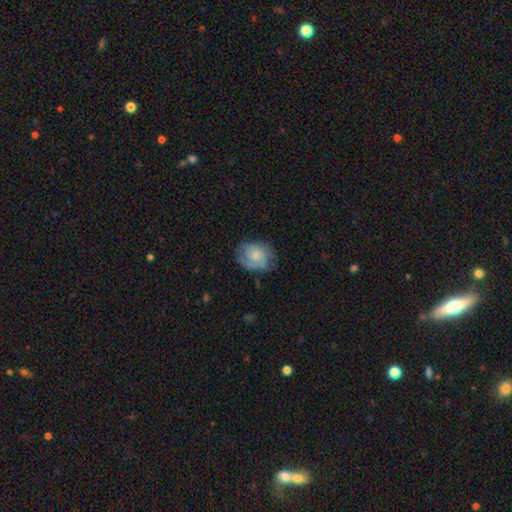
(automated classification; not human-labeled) Overall: featured or disk (51%; smooth 42%). Edge-on disk: no (97%). Bar: no (78%). Spiral arms: yes (80%). Bulge size: small (39%, tied with moderate). Merging: none (63%; minor disturbance 25%).